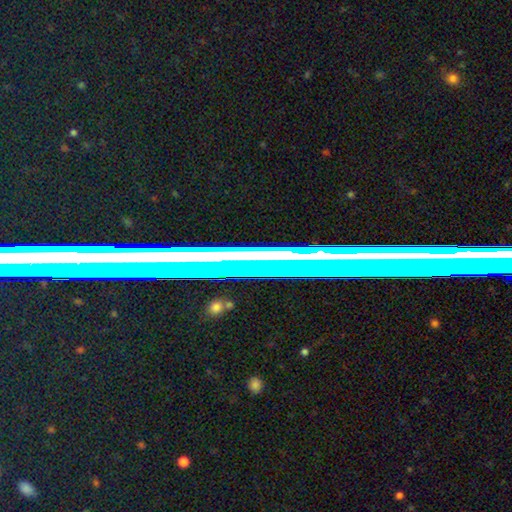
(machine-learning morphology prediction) A star or artifact, not a galaxy (65%).